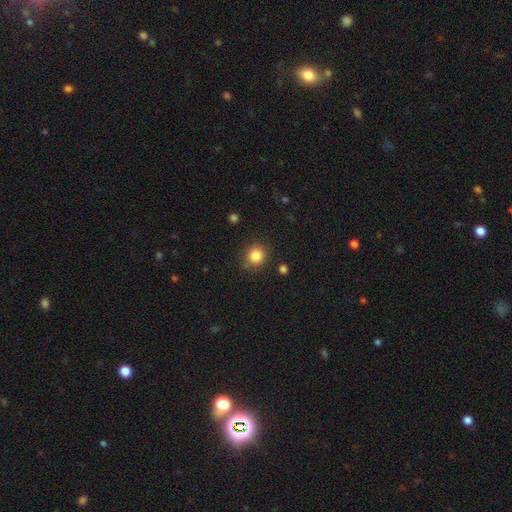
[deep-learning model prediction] This is clearly a smooth galaxy (84%). How rounded: clearly round (89%). Merging: clearly none (85%).